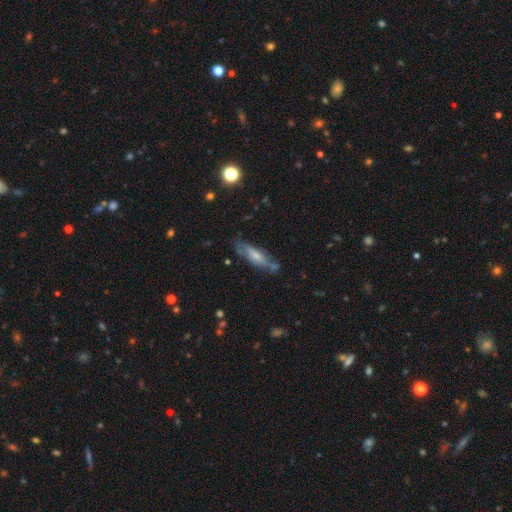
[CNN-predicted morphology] Overall: smooth (47%; featured or disk 46%). Merging: none (62%; minor disturbance 24%).